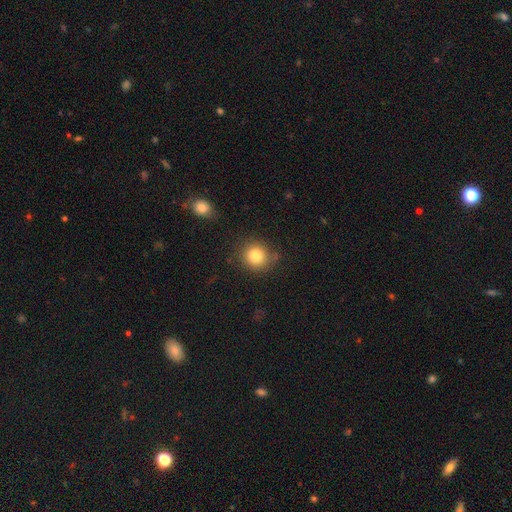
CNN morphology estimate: Smooth or featured? Predicted: smooth (p=0.81). How rounded? Predicted: round (p=0.89). Merging? Predicted: none (p=0.81).